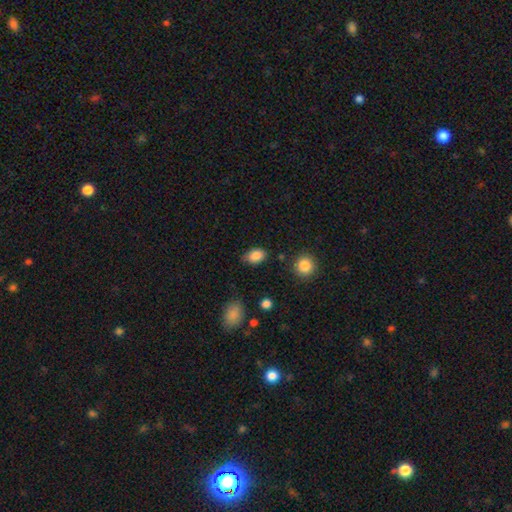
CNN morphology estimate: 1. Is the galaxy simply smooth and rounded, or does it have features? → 87% smooth, 9% star or artifact, 5% featured or disk.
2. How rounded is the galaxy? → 81% in between, 18% round, 1% cigar-shaped.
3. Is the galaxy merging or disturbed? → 72% none, 21% minor disturbance, 4% major disturbance, 3% merger.